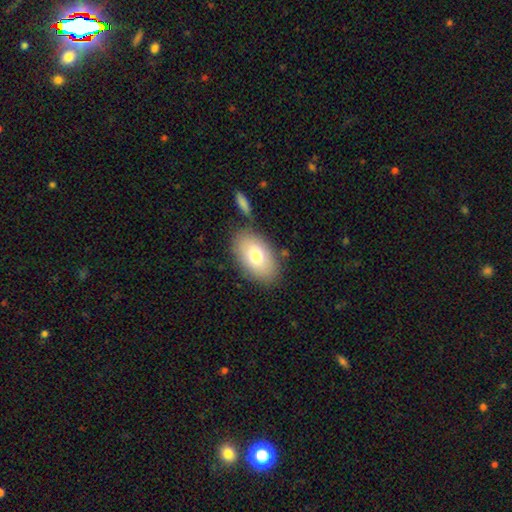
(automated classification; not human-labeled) A smooth galaxy with no disk features (76%) that is in between round and cigar-shaped (91%).

Vote fractions:
- Smooth or featured? smooth: 76% / featured or disk: 17% / star or artifact: 7%
- How rounded? in between: 91% / round: 7% / cigar-shaped: 1%
- Merging? none: 77% / minor disturbance: 13% / merger: 7% / major disturbance: 4%